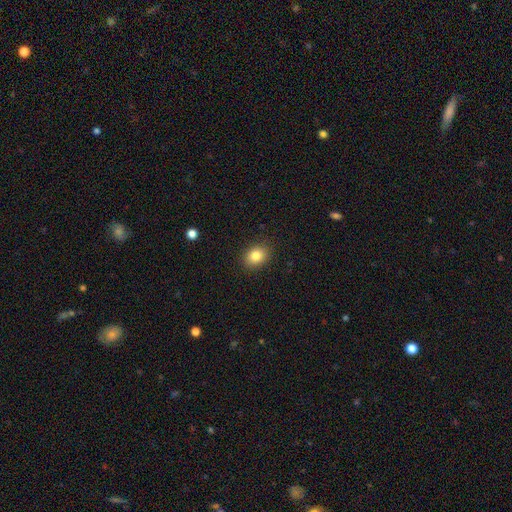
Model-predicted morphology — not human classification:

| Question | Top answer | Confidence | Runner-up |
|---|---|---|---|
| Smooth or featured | smooth | 83% | star or artifact (10%) |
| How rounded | in between | 54% | round (45%) |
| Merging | none | 89% | minor disturbance (8%) |